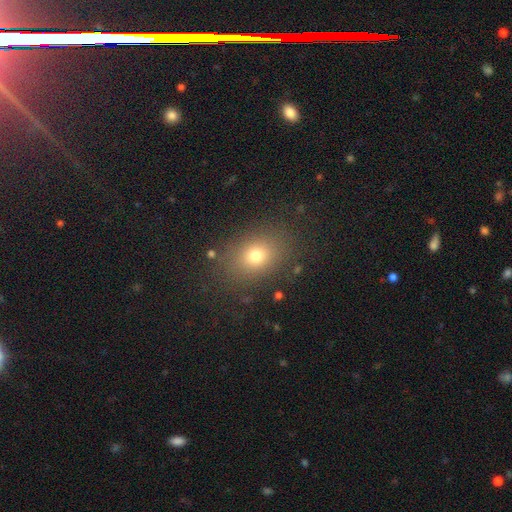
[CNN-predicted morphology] Smooth or featured: smooth — 74% (star or artifact — 16%)
How rounded: in between — 57% (round — 41%)
Merging: none — 83% (minor disturbance — 10%)